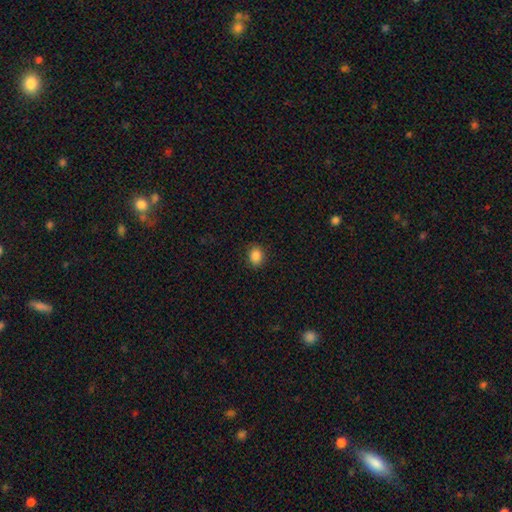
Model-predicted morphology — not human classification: Smooth or featured? smooth (86%)
How rounded? round (50%)
Merging? none (87%)